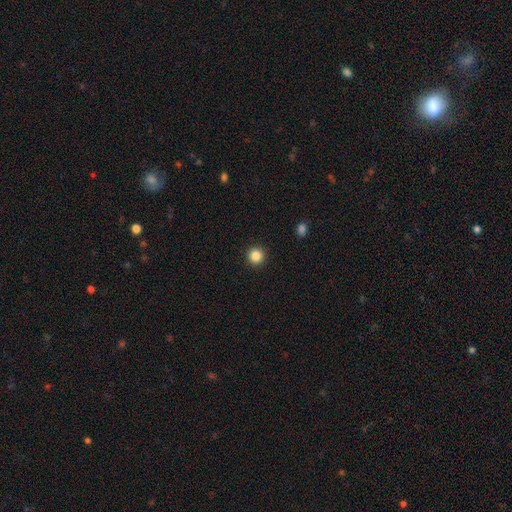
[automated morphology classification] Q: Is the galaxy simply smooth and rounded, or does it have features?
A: smooth — 86%.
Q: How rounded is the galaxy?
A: round — 95%.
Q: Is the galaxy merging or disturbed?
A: none — 93%.